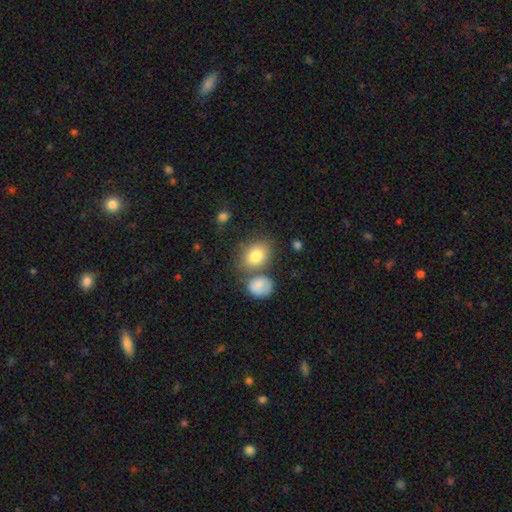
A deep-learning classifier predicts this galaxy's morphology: A smooth galaxy with no disk features (81%) that is in between round and cigar-shaped (68%). Merging: none (59%).